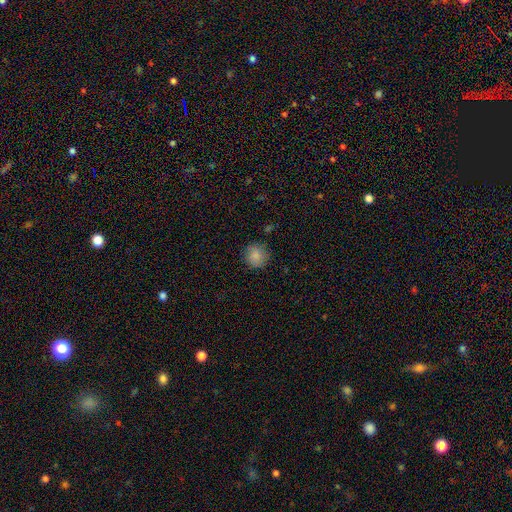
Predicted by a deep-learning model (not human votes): Smooth or featured? Predicted: smooth (p=0.85). How rounded? Predicted: round (p=0.93). Merging? Predicted: none (p=0.85).